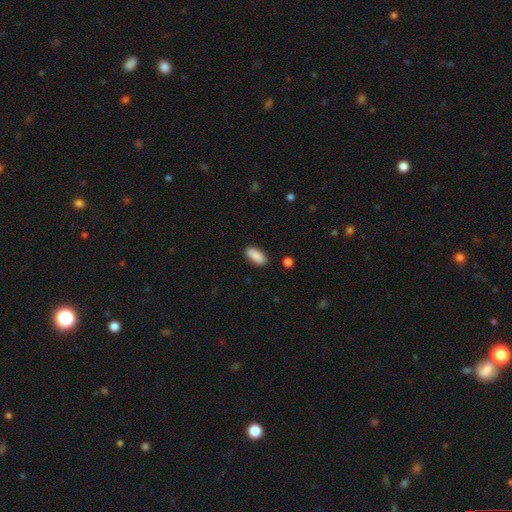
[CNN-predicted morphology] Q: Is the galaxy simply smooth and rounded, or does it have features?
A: smooth — 88%.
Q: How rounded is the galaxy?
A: in between — 84%.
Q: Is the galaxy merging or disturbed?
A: none — 87%.